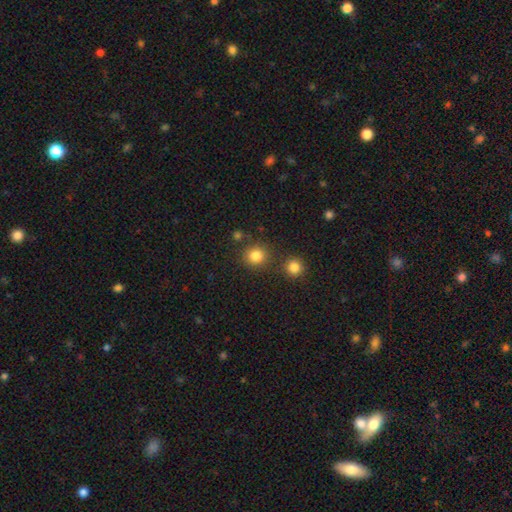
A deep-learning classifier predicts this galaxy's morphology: This appears to be a smooth galaxy with no disk features (83%) that is round (89%). Merging: none (78%).